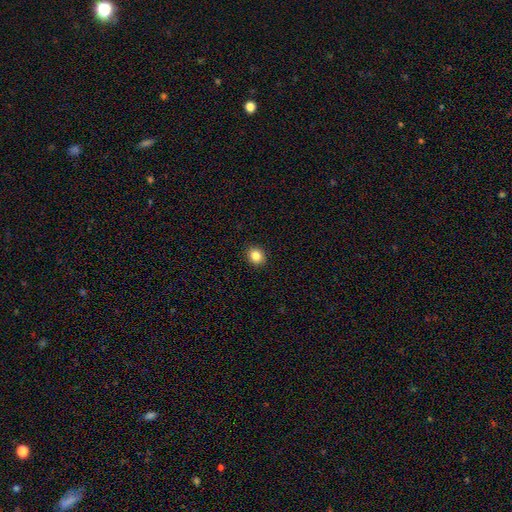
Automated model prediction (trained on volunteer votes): The model was most divided on "how rounded": round: 70%, in between: 29%, cigar-shaped: 1%. More confident: merging — none (91%); smooth or featured — smooth (85%).